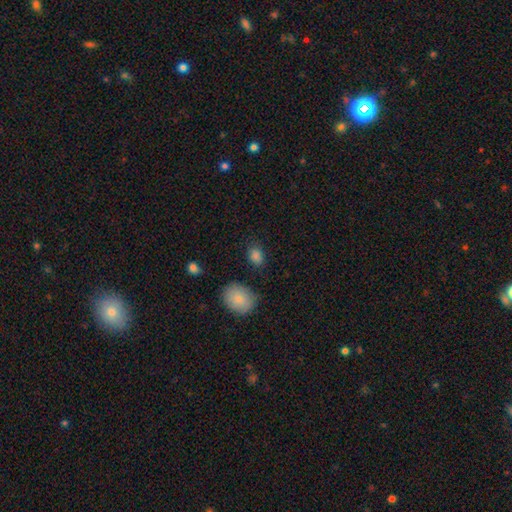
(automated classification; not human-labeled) This is clearly a smooth galaxy (85%). How rounded: likely in between (70%). Merging: likely none (76%).